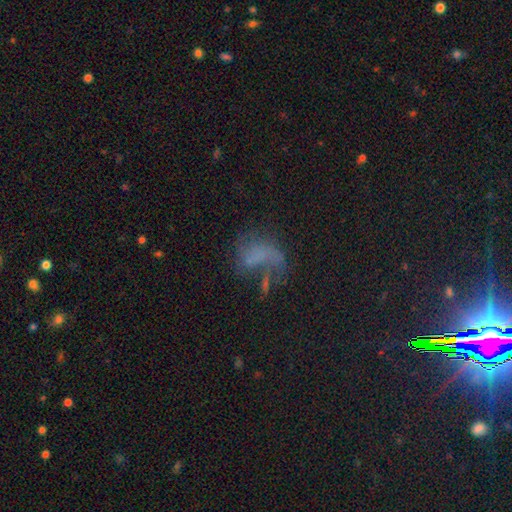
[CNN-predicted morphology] smooth_or_featured: featured or disk (p=0.39) [alt: smooth p=0.37]
merging: major disturbance (p=0.43) [alt: none p=0.29]